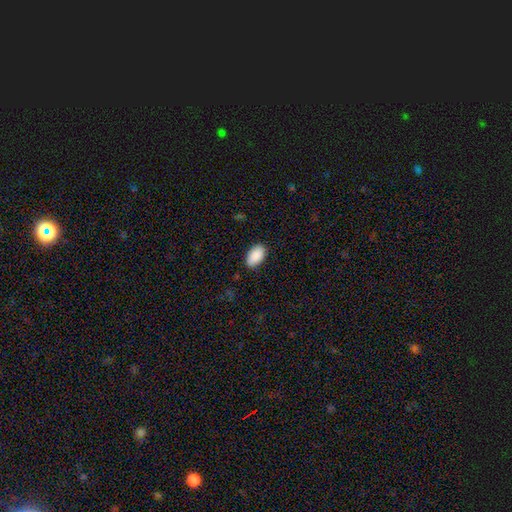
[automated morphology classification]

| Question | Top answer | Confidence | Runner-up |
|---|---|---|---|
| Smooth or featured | smooth | 90% | star or artifact (6%) |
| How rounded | in between | 94% | round (4%) |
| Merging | none | 85% | minor disturbance (11%) |